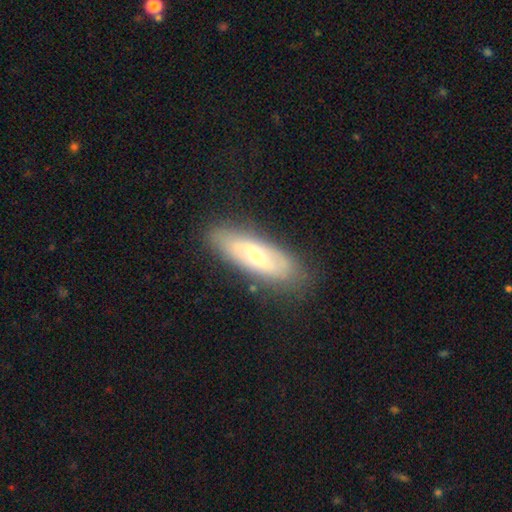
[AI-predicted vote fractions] A featured or disk galaxy (56%).

Vote fractions:
- Smooth or featured? featured or disk: 56% / smooth: 37% / star or artifact: 7%
- Edge-on disk? no: 75% / yes: 25%
- Merging? none: 82% / minor disturbance: 13% / major disturbance: 3% / merger: 2%